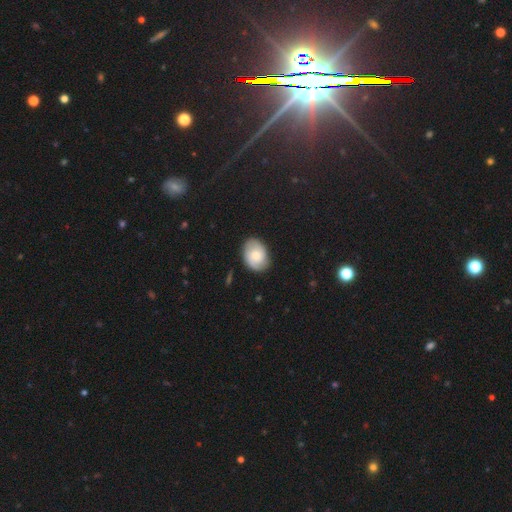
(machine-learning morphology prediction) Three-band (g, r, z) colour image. It shows a smooth galaxy with no disk features (53%) that is in between round and cigar-shaped (65%). Merging: none (81%).